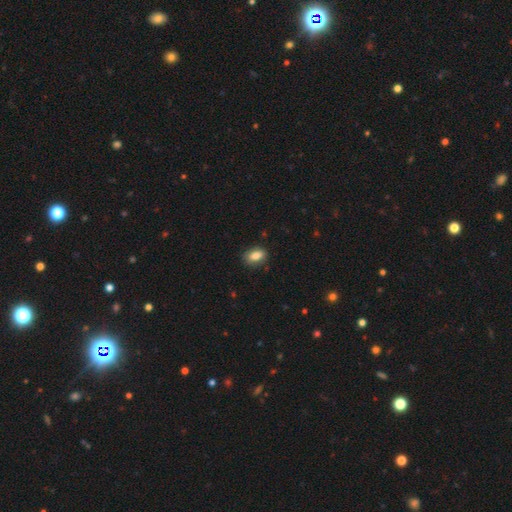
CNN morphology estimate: Smooth or featured? Predicted: smooth (p=0.83). How rounded? Predicted: in between (p=0.85). Merging? Predicted: none (p=0.82).